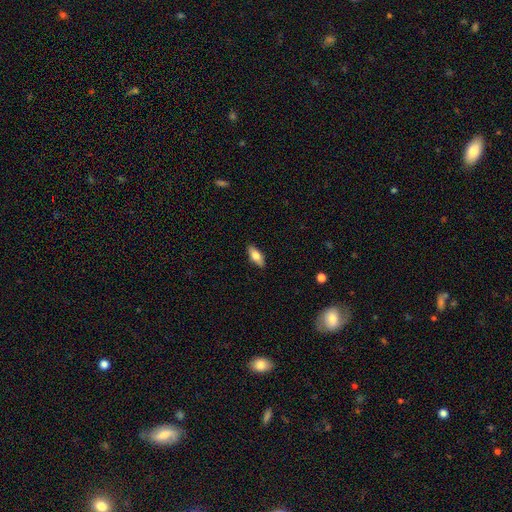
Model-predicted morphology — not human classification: A smooth galaxy with no disk features (73%) that is in between round and cigar-shaped (78%). Merging: none (88%).